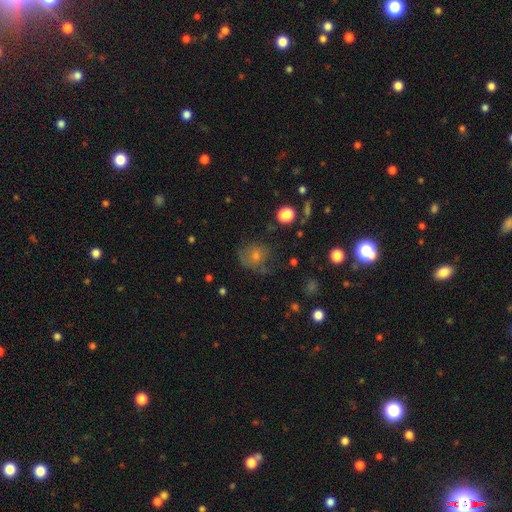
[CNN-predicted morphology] A smooth galaxy with no disk features (50%) that is round (71%).

Vote fractions:
- Smooth or featured? smooth: 50% / featured or disk: 27% / star or artifact: 23%
- How rounded? round: 71% / in between: 28% / cigar-shaped: 1%
- Merging? none: 56% / minor disturbance: 24% / major disturbance: 18% / merger: 3%